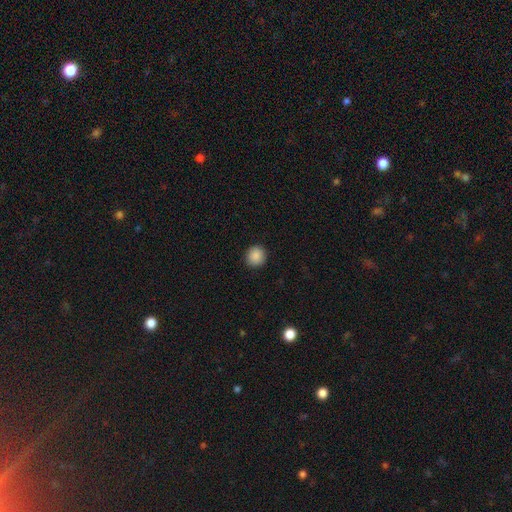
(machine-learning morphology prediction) A smooth galaxy with no disk features (88%) that is round (91%).

Vote fractions:
- Smooth or featured? smooth: 88% / star or artifact: 9% / featured or disk: 3%
- How rounded? round: 91% / in between: 8% / cigar-shaped: 1%
- Merging? none: 91% / minor disturbance: 6% / major disturbance: 2% / merger: 1%